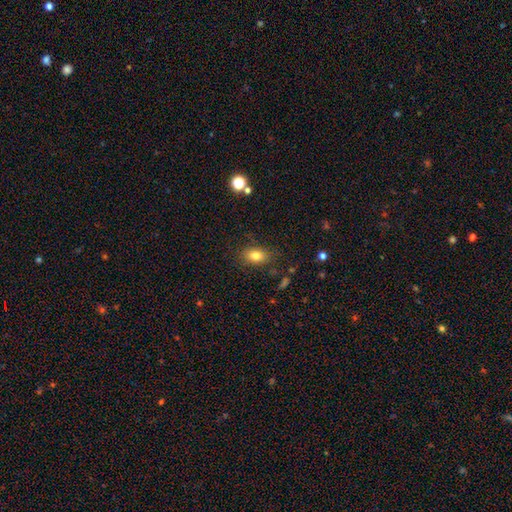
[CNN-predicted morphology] A smooth galaxy with no disk features (80%) that is in between round and cigar-shaped (83%).

Vote fractions:
- Smooth or featured? smooth: 80% / star or artifact: 10% / featured or disk: 10%
- How rounded? in between: 83% / round: 14% / cigar-shaped: 3%
- Merging? none: 82% / minor disturbance: 13% / major disturbance: 4% / merger: 2%